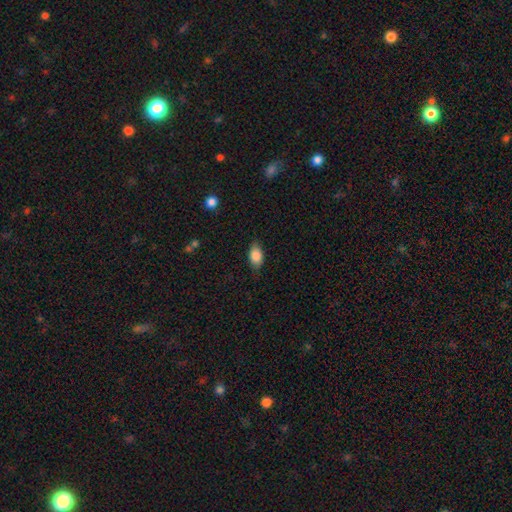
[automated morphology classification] Q: Smooth or featured?
A: smooth (86%); runner-up: featured or disk (7%)
Q: How rounded?
A: in between (90%); runner-up: round (6%)
Q: Merging?
A: none (81%); runner-up: minor disturbance (15%)